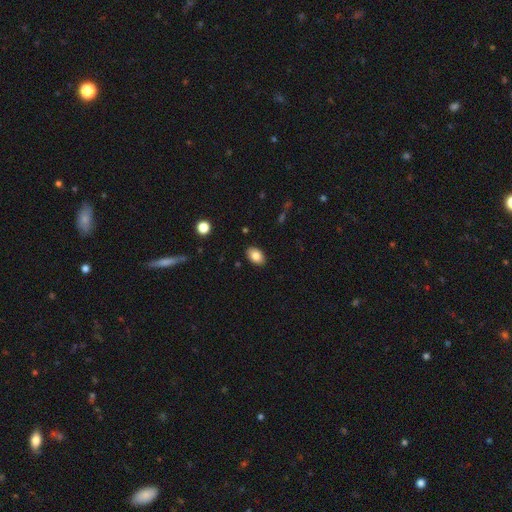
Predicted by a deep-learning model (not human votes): This is clearly a smooth galaxy (84%). How rounded: clearly in between (89%). Merging: clearly none (88%).